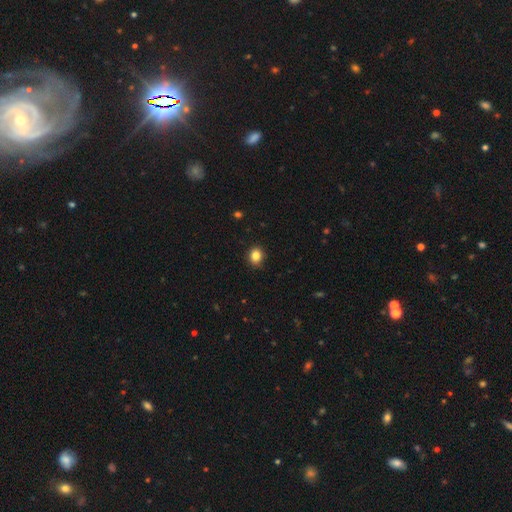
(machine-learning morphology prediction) Smooth or featured?
  - smooth: 84% *
  - star or artifact: 11%
  - featured or disk: 5%
How rounded?
  - round: 69% *
  - in between: 30%
  - cigar-shaped: 1%
Merging?
  - none: 87% *
  - minor disturbance: 11%
  - major disturbance: 2%
  - merger: 1%